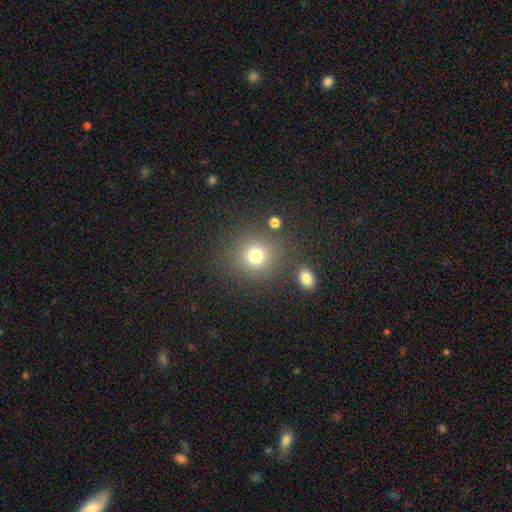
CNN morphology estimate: This appears to be a smooth galaxy with no disk features (76%) that is round (89%). Merging: none (81%).